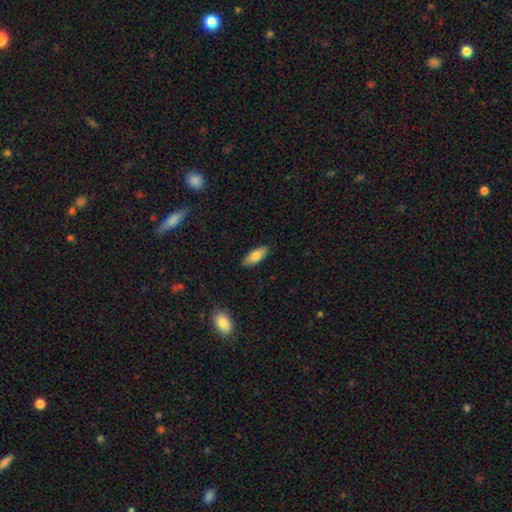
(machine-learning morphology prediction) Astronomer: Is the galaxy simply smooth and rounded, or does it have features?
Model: smooth — 76%.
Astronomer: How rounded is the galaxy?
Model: in between — 72%.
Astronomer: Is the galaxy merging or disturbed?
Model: none — 88%.